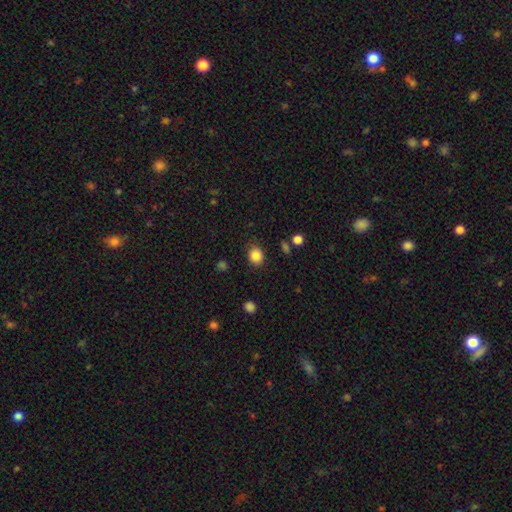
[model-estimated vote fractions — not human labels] This appears to be a smooth galaxy with no disk features (85%) that is round (67%). Merging: none (84%).